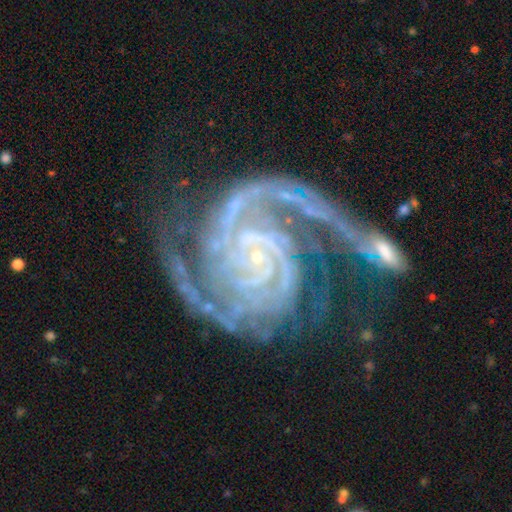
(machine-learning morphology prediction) Smooth or featured? featured or disk (93%)
Edge-on disk? no (98%)
Bar? no (56%)
Spiral arms? yes (99%)
Spiral winding? tight (57%)
Spiral arm count? 2 (60%)
Bulge size? small (85%)
Merging? none (39%)